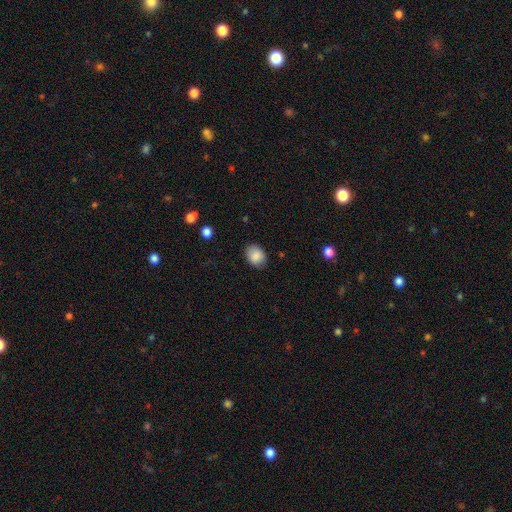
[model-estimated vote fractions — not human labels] Smooth or featured? smooth (87%)
How rounded? in between (56%)
Merging? none (85%)